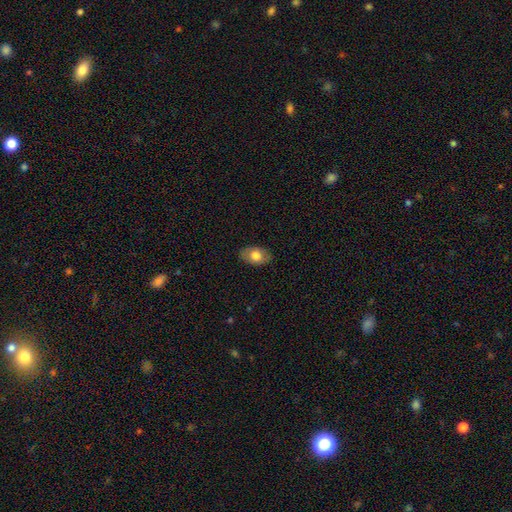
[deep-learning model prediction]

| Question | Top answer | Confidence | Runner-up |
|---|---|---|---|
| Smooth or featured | smooth | 72% | featured or disk (21%) |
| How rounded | in between | 88% | round (11%) |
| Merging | none | 84% | minor disturbance (12%) |